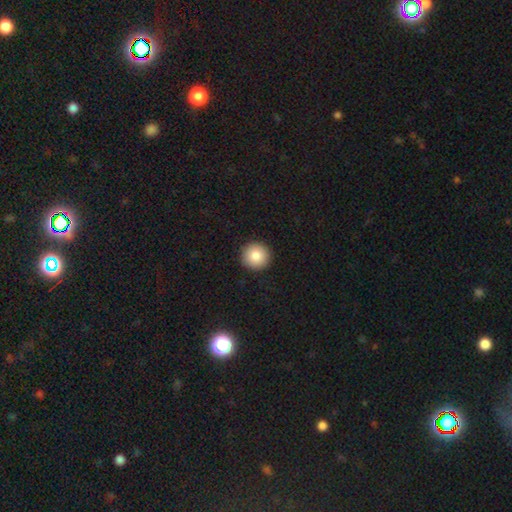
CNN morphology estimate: This appears to be a smooth galaxy with no disk features (86%) that is round (95%). Merging: none (93%).